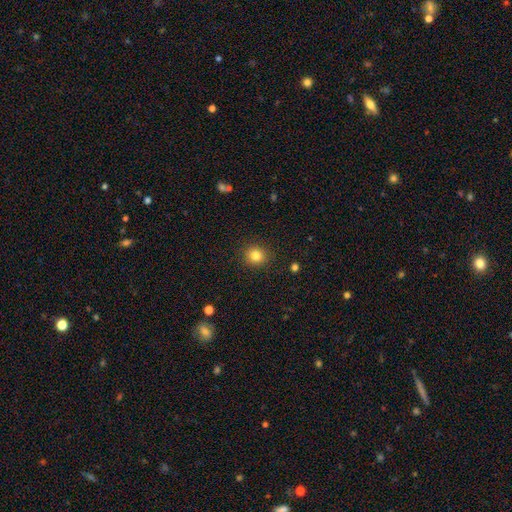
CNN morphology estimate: A smooth galaxy with no disk features (82%) that is round (85%). Merging: none (90%).